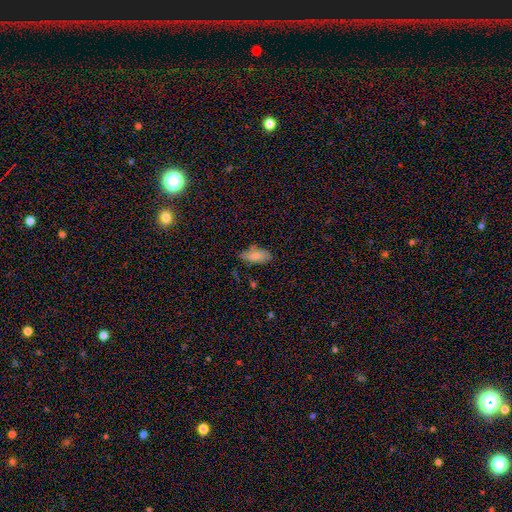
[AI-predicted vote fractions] A smooth galaxy with no disk features (81%) that is in between round and cigar-shaped (92%). Merging: none (63%).